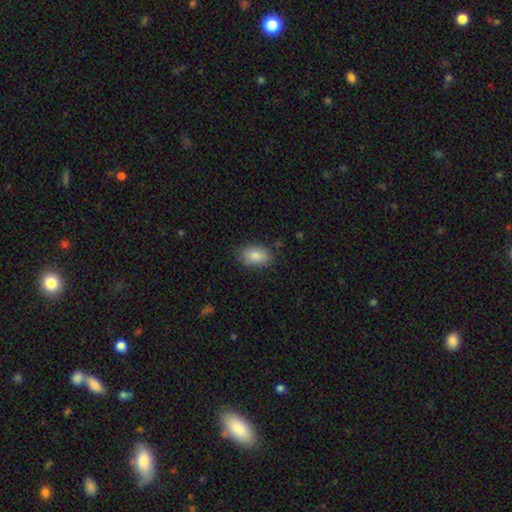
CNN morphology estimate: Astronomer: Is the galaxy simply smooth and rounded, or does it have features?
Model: smooth — 87%.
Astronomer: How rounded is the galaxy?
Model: in between — 89%.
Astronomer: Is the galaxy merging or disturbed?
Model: none — 80%.